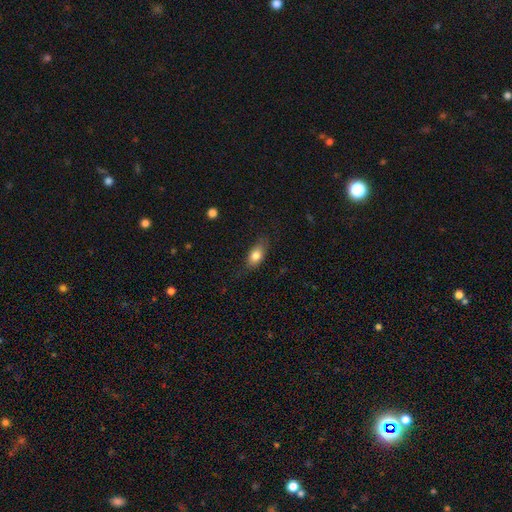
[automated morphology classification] smooth_or_featured: smooth (p=0.79) [alt: featured or disk p=0.13]
how_rounded: in between (p=0.83) [alt: cigar-shaped p=0.09]
merging: none (p=0.74) [alt: minor disturbance p=0.19]